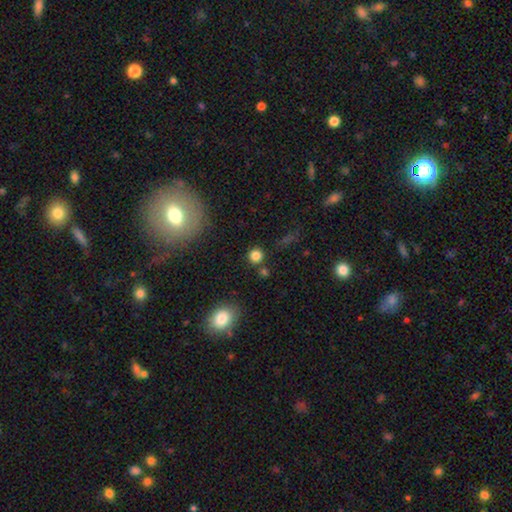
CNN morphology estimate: Smooth or featured? Predicted: smooth (p=0.82). How rounded? Predicted: round (p=0.91). Merging? Predicted: none (p=0.81).